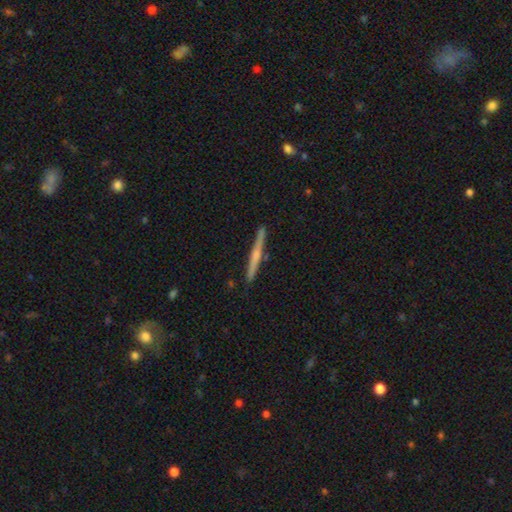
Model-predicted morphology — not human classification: Smooth or featured? featured or disk (59%)
Edge-on disk? yes (98%)
Edge-on bulge? rounded (54%)
Merging? none (90%)